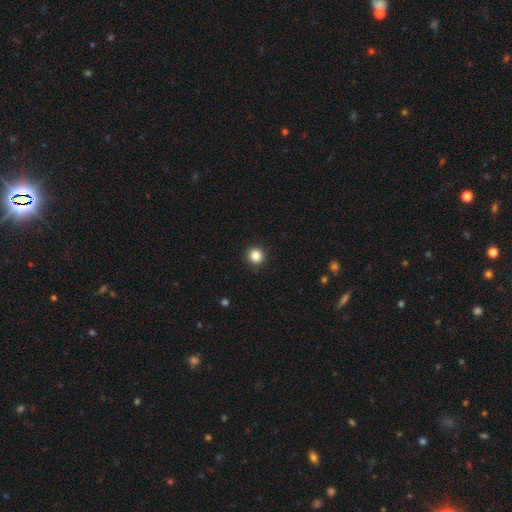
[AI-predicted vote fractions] smooth-or-featured: smooth: 85% | star or artifact: 11% | featured or disk: 4%
  how-rounded: round: 94% | in between: 5% | cigar-shaped: 1%
  merging: none: 92% | minor disturbance: 6% | major disturbance: 2% | merger: 1%